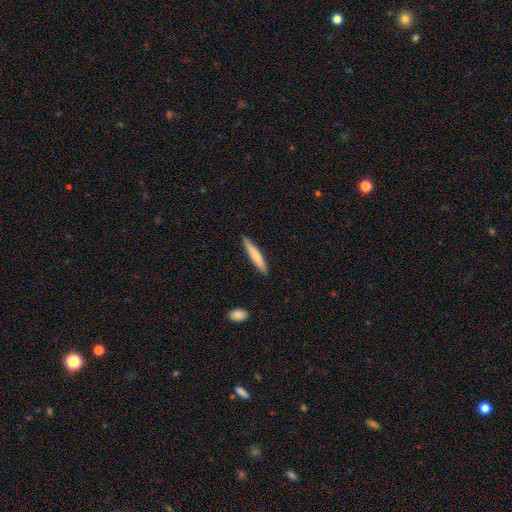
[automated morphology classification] smooth_or_featured: smooth (p=0.74) [alt: featured or disk p=0.21]
how_rounded: cigar-shaped (p=0.93) [alt: in between p=0.06]
merging: none (p=0.88) [alt: minor disturbance p=0.09]